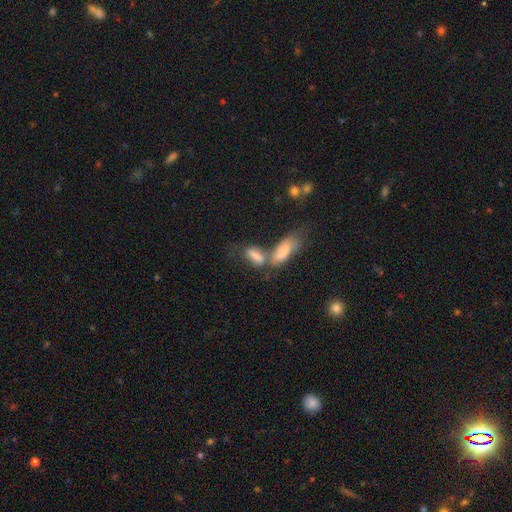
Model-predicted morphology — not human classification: Smooth or featured? smooth (76%)
How rounded? in between (70%)
Merging? merger (62%)